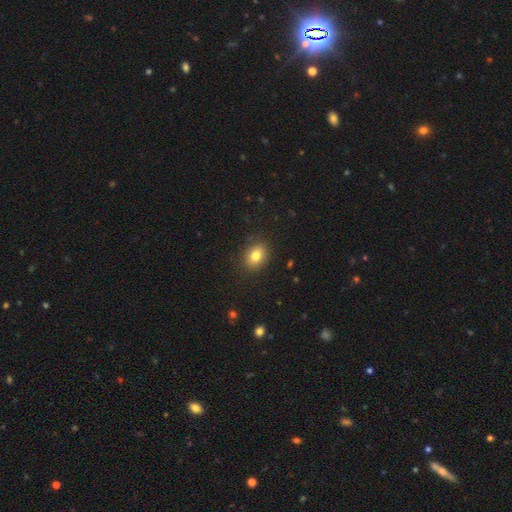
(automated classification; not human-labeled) Smooth or featured: smooth — 81% (star or artifact — 9%)
How rounded: in between — 71% (round — 28%)
Merging: none — 87% (minor disturbance — 9%)